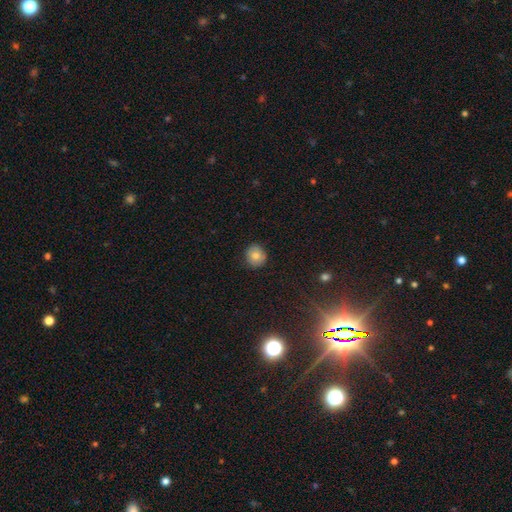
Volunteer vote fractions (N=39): Volunteers were most divided on "merging": none: 86%, minor disturbance: 14%, major disturbance: 0%, merger: 0%. More confident: how rounded — round (100%); smooth or featured — smooth (90%).